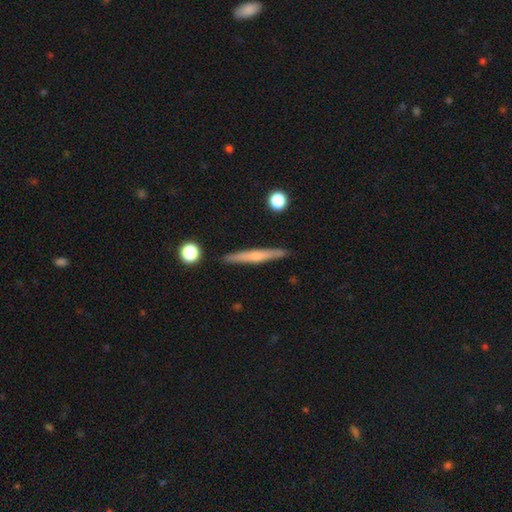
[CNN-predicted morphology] Overall: featured or disk (64%; smooth 27%). Edge-on disk: yes (95%). Edge-on bulge: rounded (72%). Merging: none (88%).